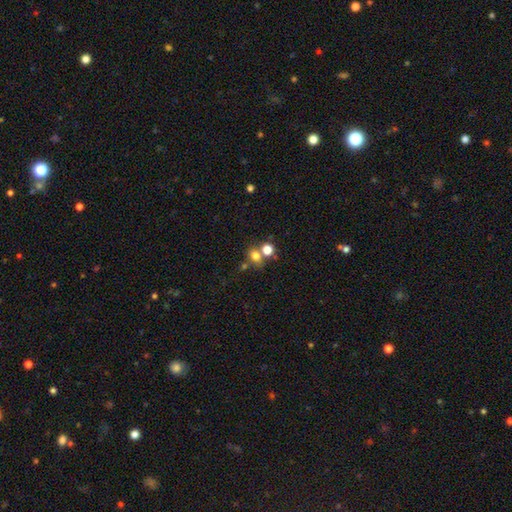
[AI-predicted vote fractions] smooth 72%, star or artifact 17%, featured or disk 11%. Down the decision tree: how rounded — round (69%); merging — none (49%).